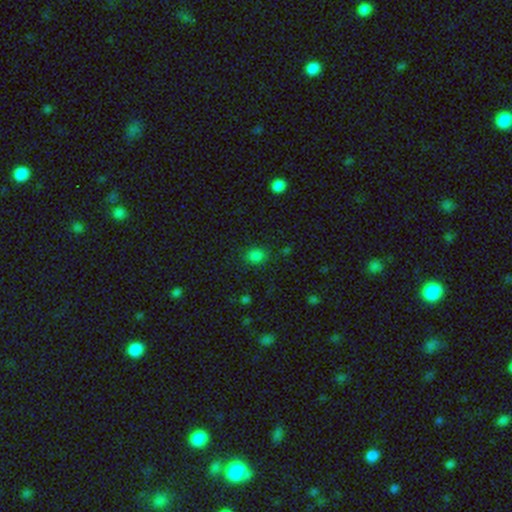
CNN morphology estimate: smooth 81%, star or artifact 16%, featured or disk 4%. Down the decision tree: how rounded — round (50%); merging — none (83%).